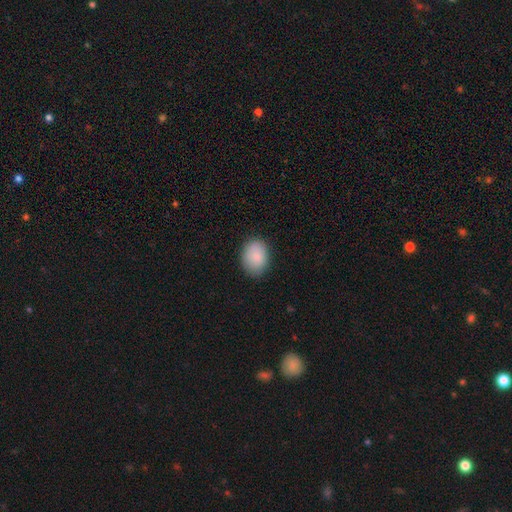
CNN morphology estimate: A smooth galaxy with no disk features (86%) that is in between round and cigar-shaped (69%).

Vote fractions:
- Smooth or featured? smooth: 86% / star or artifact: 7% / featured or disk: 7%
- How rounded? in between: 69% / round: 30% / cigar-shaped: 1%
- Merging? none: 84% / minor disturbance: 12% / major disturbance: 3% / merger: 1%